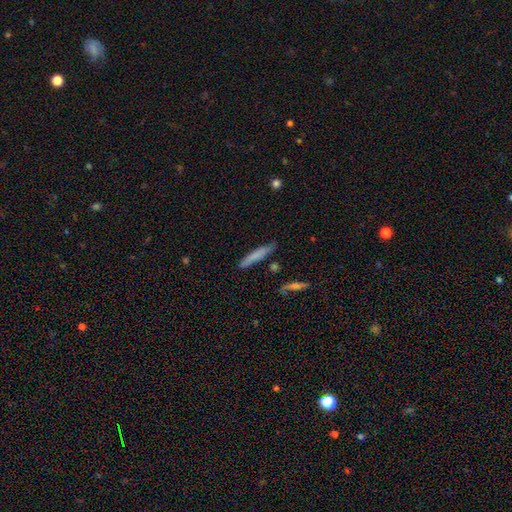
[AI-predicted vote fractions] Smooth or featured: smooth — 74% (featured or disk — 20%)
How rounded: cigar-shaped — 92% (in between — 7%)
Merging: none — 81% (minor disturbance — 13%)